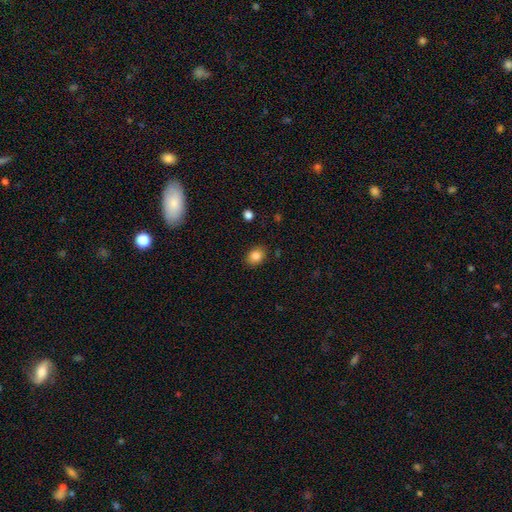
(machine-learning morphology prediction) The model was most divided on "how rounded": in between: 61%, round: 38%, cigar-shaped: 1%. More confident: merging — none (87%); smooth or featured — smooth (84%).